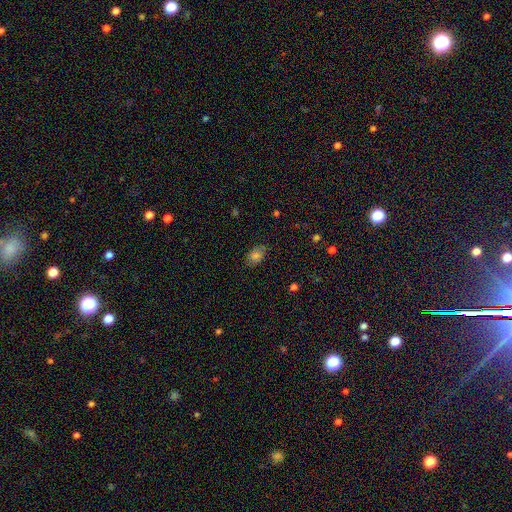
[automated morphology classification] Smooth or featured: smooth — 79% (star or artifact — 11%)
How rounded: in between — 82% (round — 16%)
Merging: none — 77% (minor disturbance — 18%)